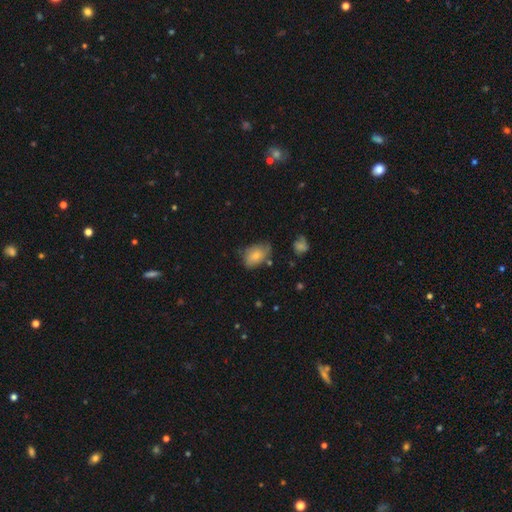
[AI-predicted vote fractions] Smooth or featured? smooth (73%)
How rounded? in between (81%)
Merging? none (56%)